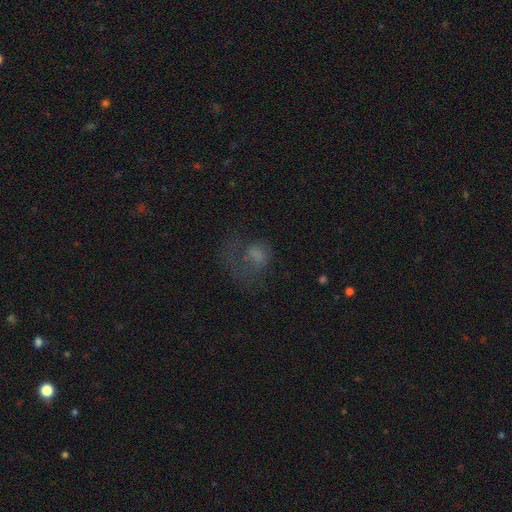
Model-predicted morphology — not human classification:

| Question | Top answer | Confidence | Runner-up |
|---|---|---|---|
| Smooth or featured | smooth | 51% | featured or disk (30%) |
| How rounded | round | 50% | in between (49%) |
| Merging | major disturbance | 57% | none (24%) |